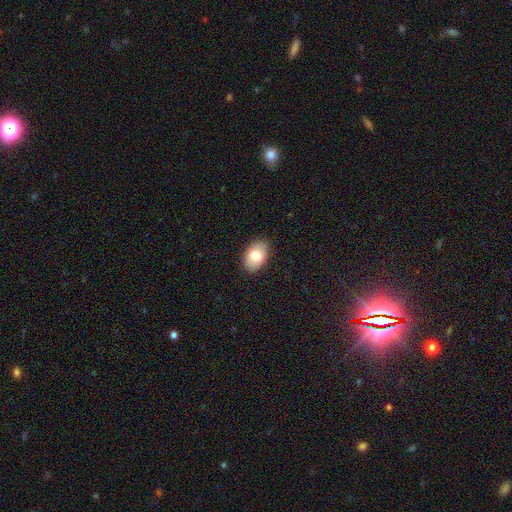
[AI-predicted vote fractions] This is likely a smooth galaxy (78%). How rounded: clearly in between (88%). Merging: clearly none (88%).